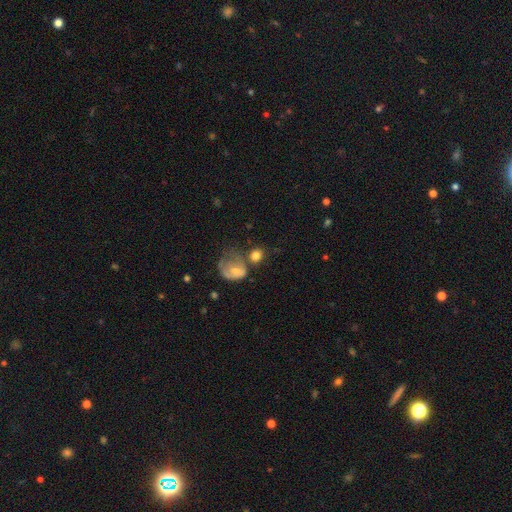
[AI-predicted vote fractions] Q: Smooth or featured?
A: smooth (76%); runner-up: featured or disk (14%)
Q: How rounded?
A: round (70%); runner-up: in between (29%)
Q: Merging?
A: none (45%); runner-up: merger (24%)